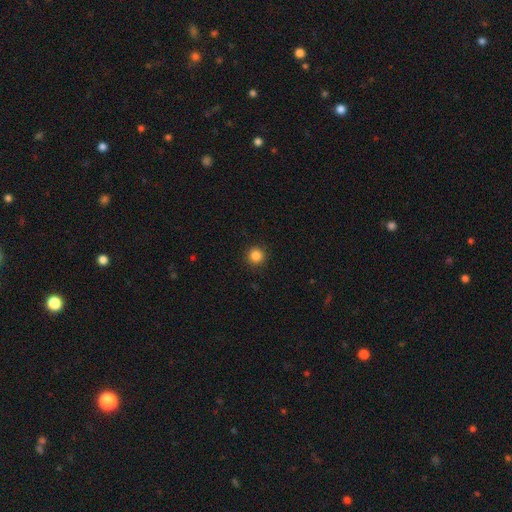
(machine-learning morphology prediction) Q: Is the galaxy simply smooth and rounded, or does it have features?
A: smooth — 84%.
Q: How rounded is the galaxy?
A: round — 95%.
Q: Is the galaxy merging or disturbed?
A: none — 92%.